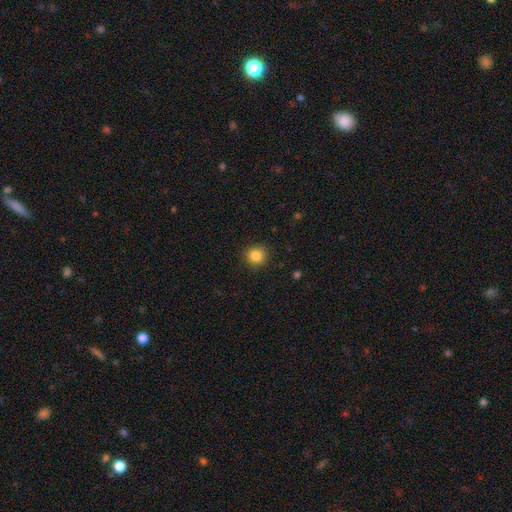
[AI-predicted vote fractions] smooth-or-featured: smooth: 84% | star or artifact: 11% | featured or disk: 5%
  how-rounded: round: 92% | in between: 7% | cigar-shaped: 1%
  merging: none: 90% | minor disturbance: 7% | major disturbance: 2% | merger: 1%